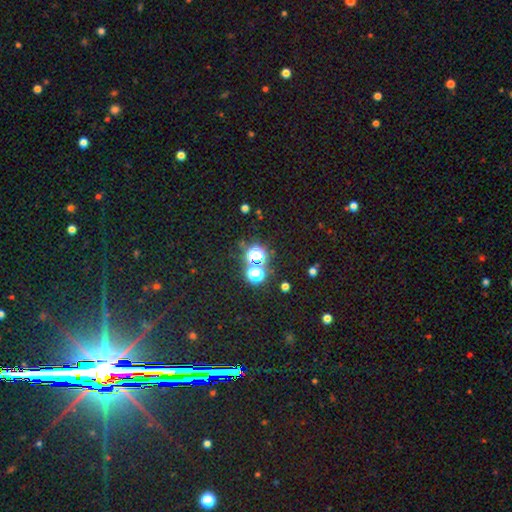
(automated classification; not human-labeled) A star or artifact, not a galaxy (60%).